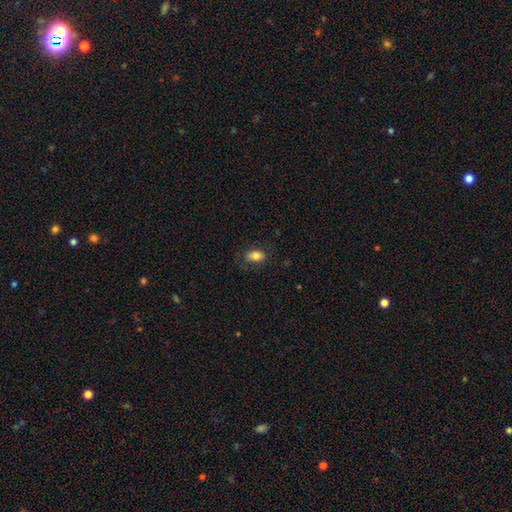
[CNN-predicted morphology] A smooth galaxy with no disk features (79%) that is in between round and cigar-shaped (89%). Merging: none (76%).